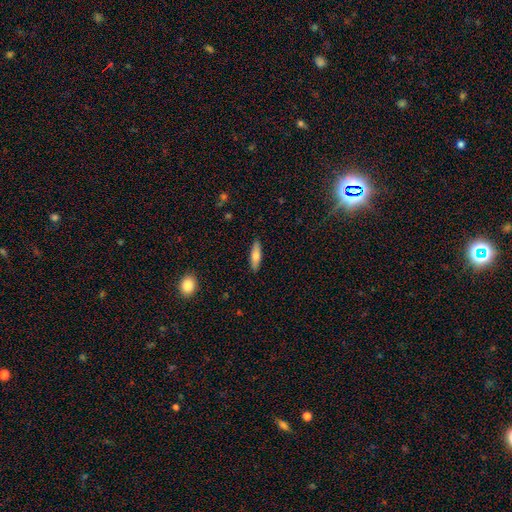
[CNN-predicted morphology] Q: Smooth or featured?
A: smooth (70%); runner-up: featured or disk (24%)
Q: How rounded?
A: cigar-shaped (58%); runner-up: in between (40%)
Q: Merging?
A: none (89%); runner-up: minor disturbance (8%)